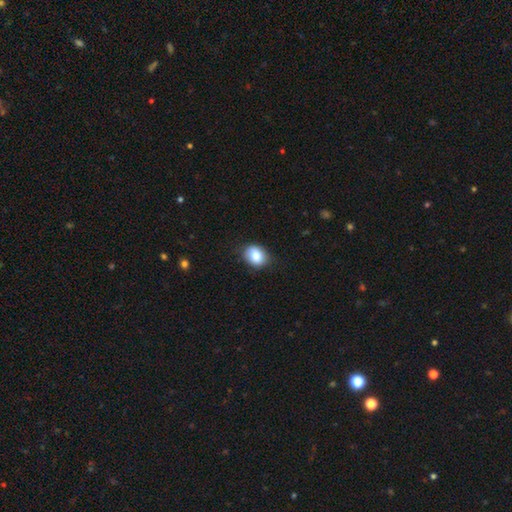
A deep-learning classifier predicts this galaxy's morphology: smooth_or_featured: smooth (p=0.86) [alt: star or artifact p=0.08]
how_rounded: in between (p=0.57) [alt: round p=0.42]
merging: none (p=0.82) [alt: minor disturbance p=0.15]